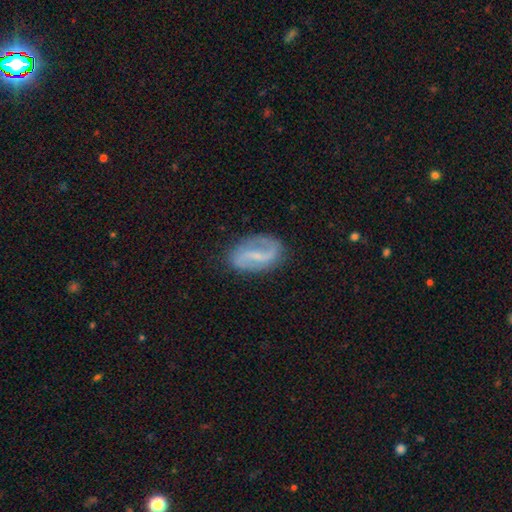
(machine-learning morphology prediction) Smooth or featured: featured or disk — 78% (smooth — 15%)
Edge-on disk: no — 97% (yes — 3%)
Bar: weak — 44% (strong — 38%)
Spiral arms: yes — 91% (no — 9%)
Spiral winding: loose — 50% (medium — 36%)
Spiral arm count: 2 — 87% (can't tell — 5%)
Bulge size: small — 53% (none — 30%)
Merging: none — 80% (minor disturbance — 14%)